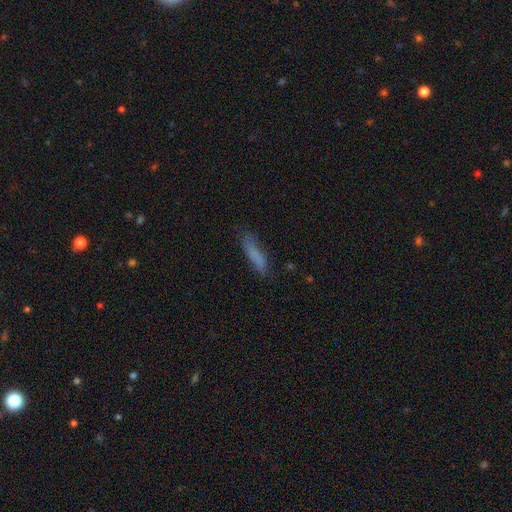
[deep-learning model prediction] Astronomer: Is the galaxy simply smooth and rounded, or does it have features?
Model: smooth — 75%.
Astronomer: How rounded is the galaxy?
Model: cigar-shaped — 82%.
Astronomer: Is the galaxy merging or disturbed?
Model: none — 71%.